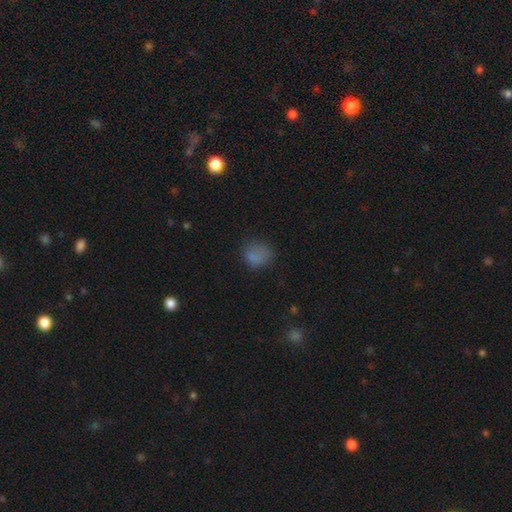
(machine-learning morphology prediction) type=smooth (75%); roundness=round (70%); merging=none (61%).